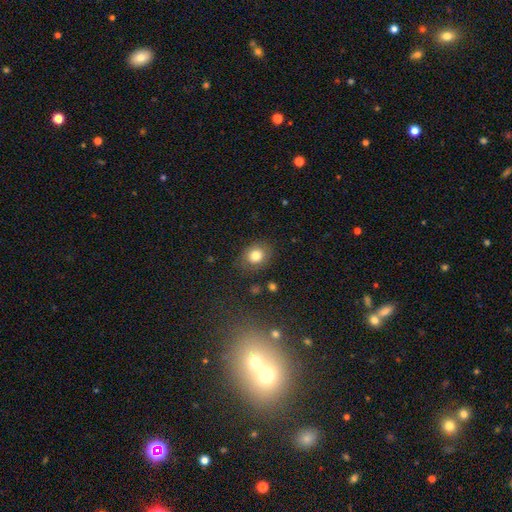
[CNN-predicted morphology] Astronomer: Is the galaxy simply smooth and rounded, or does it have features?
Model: smooth — 79%.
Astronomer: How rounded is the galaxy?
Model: round — 58% (runner-up: in between, 41%).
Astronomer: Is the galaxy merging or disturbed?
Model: none — 81%.